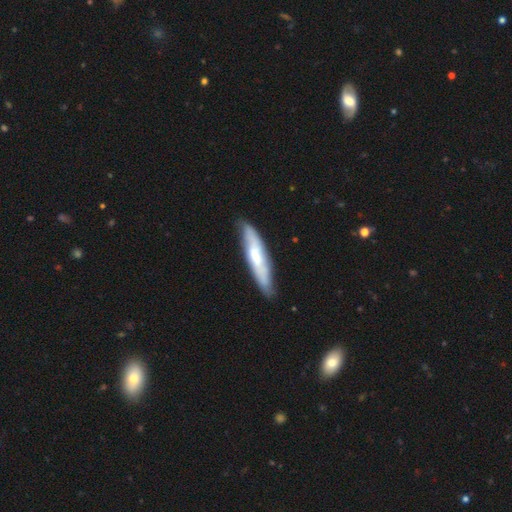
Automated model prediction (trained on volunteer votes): Overall: featured or disk (53%; smooth 39%). Edge-on disk: yes (68%; no 32%). Merging: none (83%).